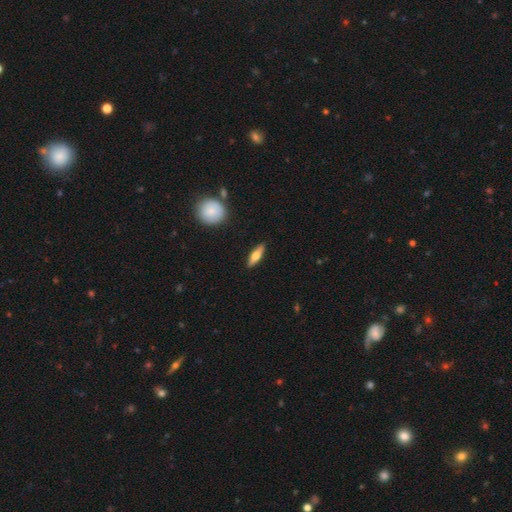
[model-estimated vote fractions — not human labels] Smooth or featured?
  - smooth: 53% *
  - featured or disk: 41%
  - star or artifact: 6%
How rounded?
  - cigar-shaped: 57% *
  - in between: 40%
  - round: 3%
Merging?
  - none: 89% *
  - minor disturbance: 8%
  - major disturbance: 2%
  - merger: 1%